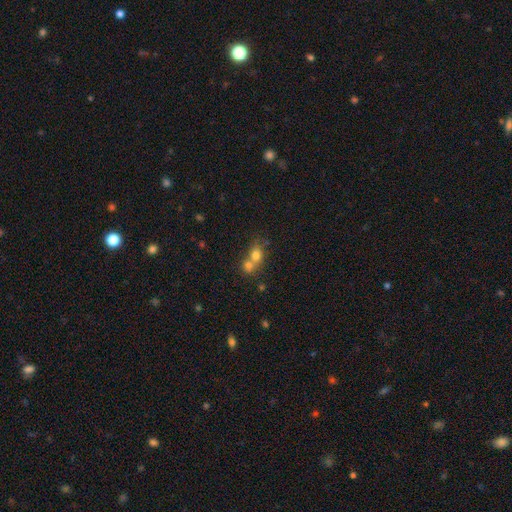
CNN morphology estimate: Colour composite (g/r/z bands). It shows a smooth galaxy with no disk features (71%) that is round (57%). Merging: merger (66%).